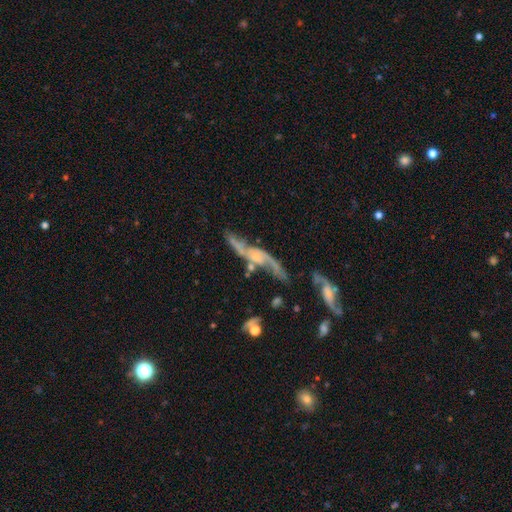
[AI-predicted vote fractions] A featured or disk galaxy (77%).

Vote fractions:
- Smooth or featured? featured or disk: 77% / smooth: 13% / star or artifact: 10%
- Edge-on disk? no: 63% / yes: 37%
- Merging? none: 46% / minor disturbance: 19% / merger: 18% / major disturbance: 16%